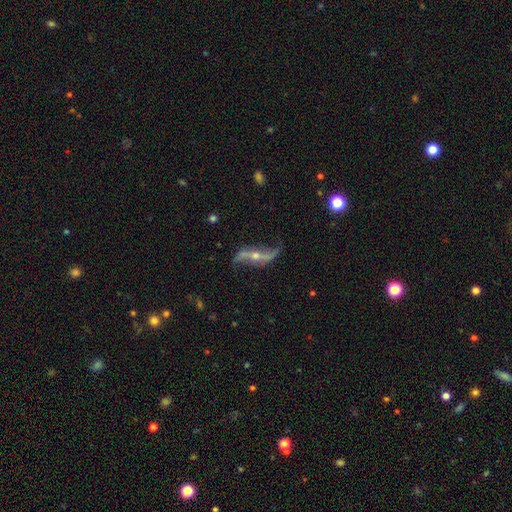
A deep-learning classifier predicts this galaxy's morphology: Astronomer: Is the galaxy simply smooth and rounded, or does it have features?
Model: featured or disk — 88%.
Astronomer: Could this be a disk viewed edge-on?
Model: no — 85%.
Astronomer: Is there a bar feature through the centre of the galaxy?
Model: no — 37% (runner-up: strong, 35%).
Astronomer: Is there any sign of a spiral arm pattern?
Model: yes — 95%.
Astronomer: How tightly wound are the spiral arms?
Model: loose — 92%.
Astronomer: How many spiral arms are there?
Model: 2 — 93%.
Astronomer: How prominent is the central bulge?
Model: small — 50% (runner-up: moderate, 44%).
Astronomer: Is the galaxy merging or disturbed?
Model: none — 73%.